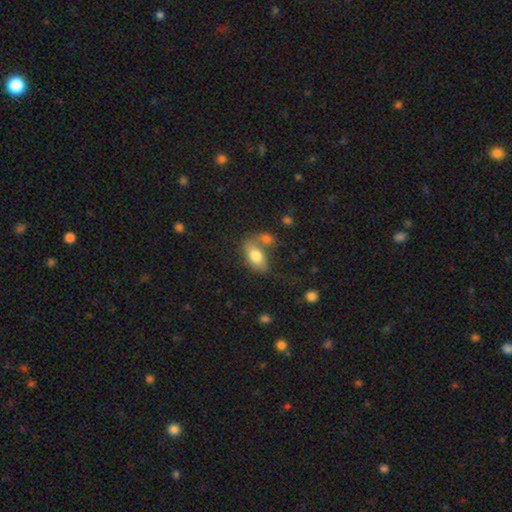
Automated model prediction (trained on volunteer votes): Smooth or featured? smooth (76%)
How rounded? in between (89%)
Merging? none (40%)